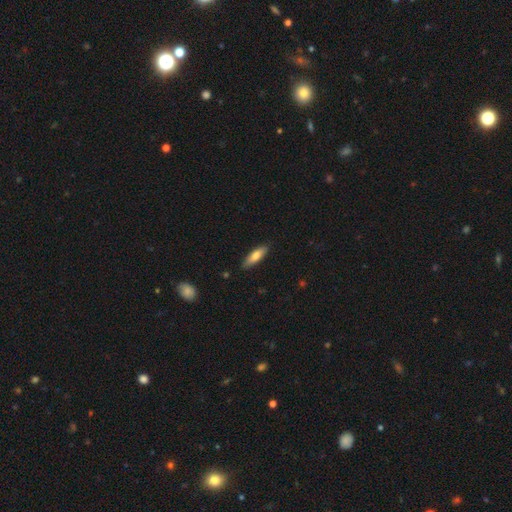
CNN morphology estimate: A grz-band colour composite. It shows a smooth galaxy with no disk features (72%) that is cigar-shaped (56%). Merging: none (87%).